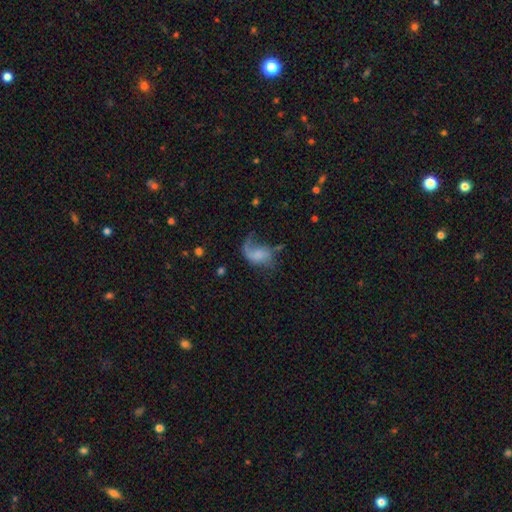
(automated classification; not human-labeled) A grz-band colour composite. It shows a featured or disk galaxy (57%) with no bar (65%), spiral arms (81%) and no central bulge (44%). Merging: major disturbance (42%).